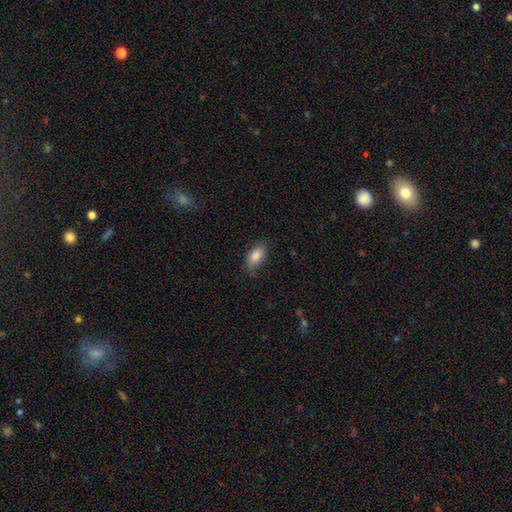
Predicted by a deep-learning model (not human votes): Overall: smooth (86%). How rounded: in between (92%). Merging: none (76%).